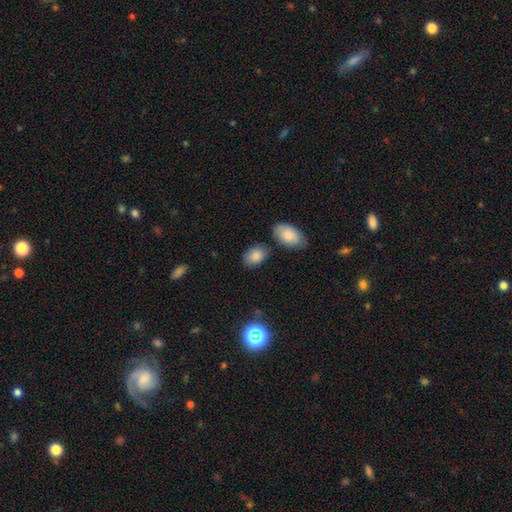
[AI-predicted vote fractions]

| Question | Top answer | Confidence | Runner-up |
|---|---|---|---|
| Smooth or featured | smooth | 85% | star or artifact (8%) |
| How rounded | in between | 79% | round (19%) |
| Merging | none | 74% | minor disturbance (15%) |